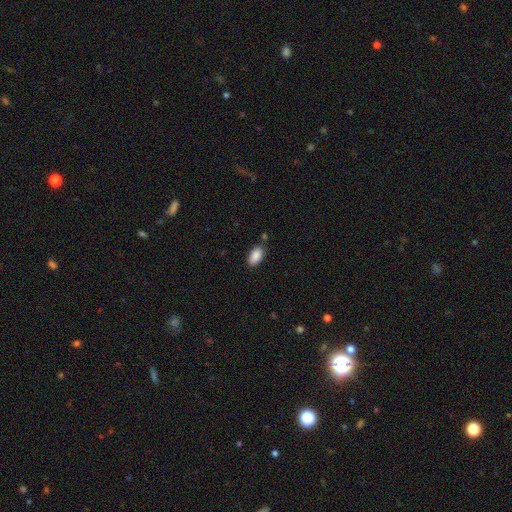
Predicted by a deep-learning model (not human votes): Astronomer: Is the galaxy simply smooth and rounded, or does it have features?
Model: smooth — 88%.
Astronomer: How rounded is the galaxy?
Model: in between — 94%.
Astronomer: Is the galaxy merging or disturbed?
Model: none — 81%.